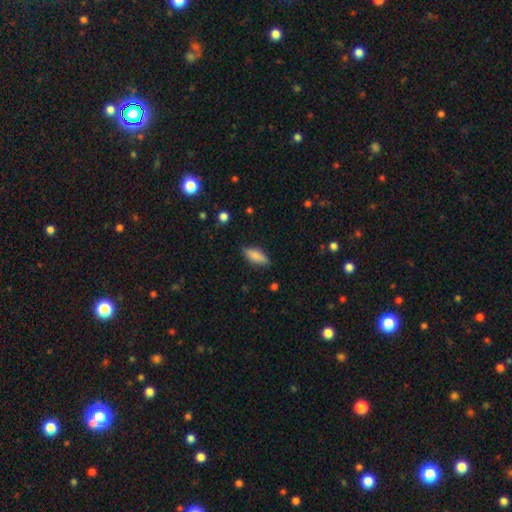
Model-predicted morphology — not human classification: Smooth or featured? Predicted: smooth (p=0.84). How rounded? Predicted: in between (p=0.71). Merging? Predicted: none (p=0.84).